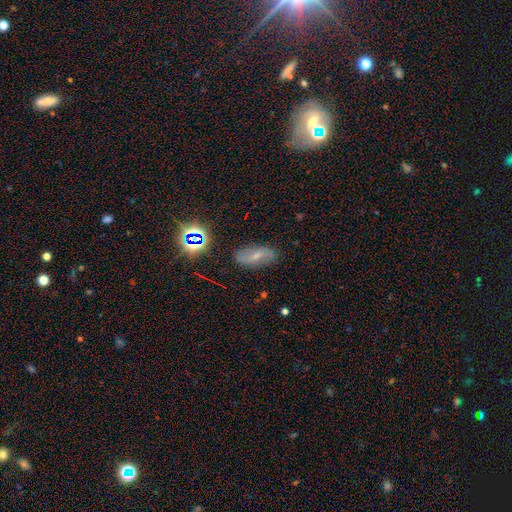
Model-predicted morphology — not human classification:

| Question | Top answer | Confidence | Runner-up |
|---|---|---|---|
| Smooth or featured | featured or disk | 53% | smooth (30%) |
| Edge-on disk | no | 91% | yes (9%) |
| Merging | none | 80% | minor disturbance (15%) |